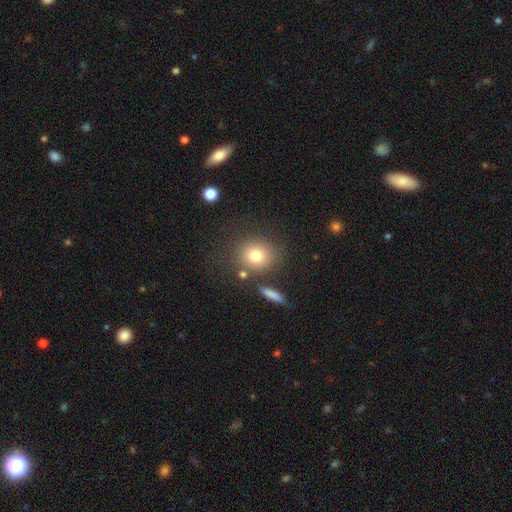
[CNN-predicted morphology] Smooth or featured? Predicted: smooth (p=0.78). How rounded? Predicted: round (p=0.76). Merging? Predicted: none (p=0.73).